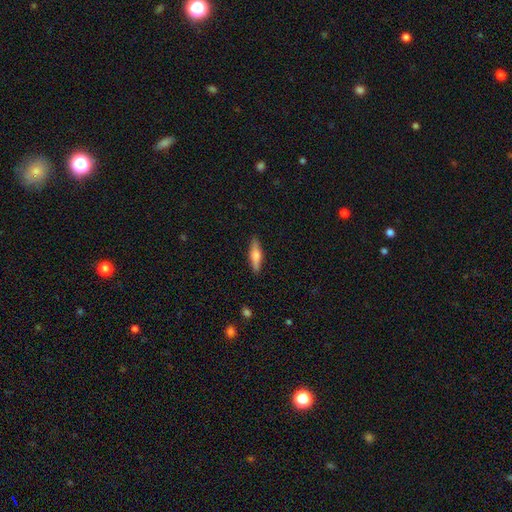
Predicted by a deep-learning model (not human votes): Smooth or featured? smooth (55%)
How rounded? cigar-shaped (68%)
Merging? none (88%)